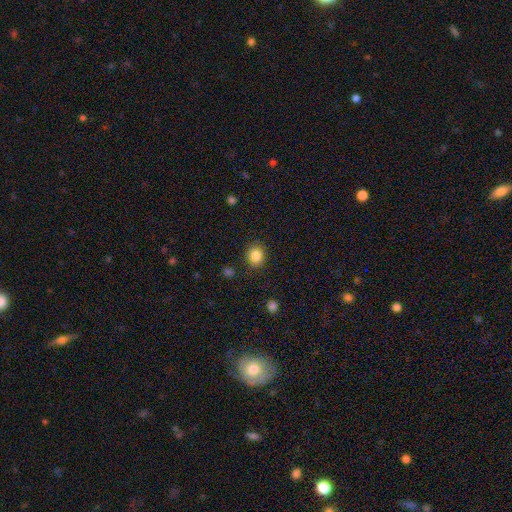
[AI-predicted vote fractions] The model was most divided on "how rounded": round: 77%, in between: 22%, cigar-shaped: 1%. More confident: merging — none (87%); smooth or featured — smooth (86%).